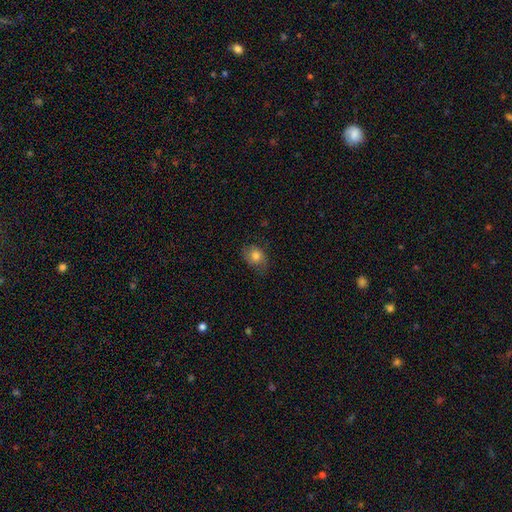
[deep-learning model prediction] Morphology: type=smooth (78%); roundness=in between (58%); merging=none (66%).